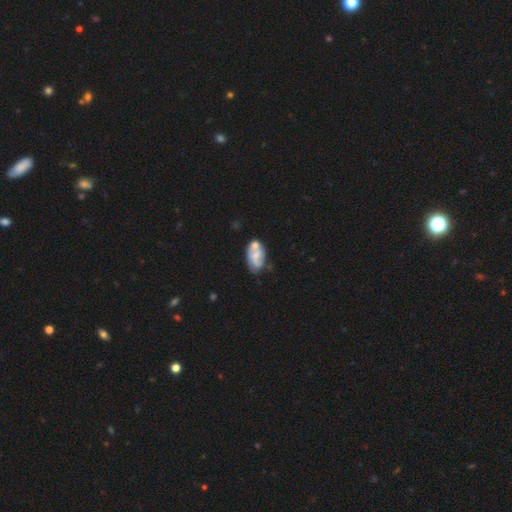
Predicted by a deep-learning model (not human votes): A featured or disk galaxy (54%) with no bar (66%), spiral arms (63%) and a small central bulge (43%). Merging: none (41%).